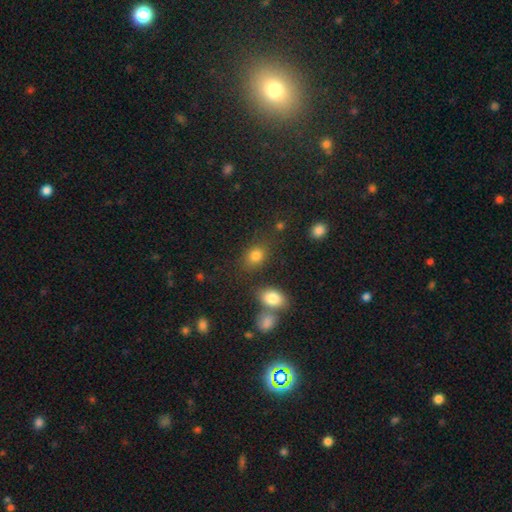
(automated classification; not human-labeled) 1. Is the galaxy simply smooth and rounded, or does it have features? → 81% smooth, 12% star or artifact, 7% featured or disk.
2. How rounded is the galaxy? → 62% in between, 37% round, 1% cigar-shaped.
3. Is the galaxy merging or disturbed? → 72% none, 13% minor disturbance, 9% merger, 5% major disturbance.